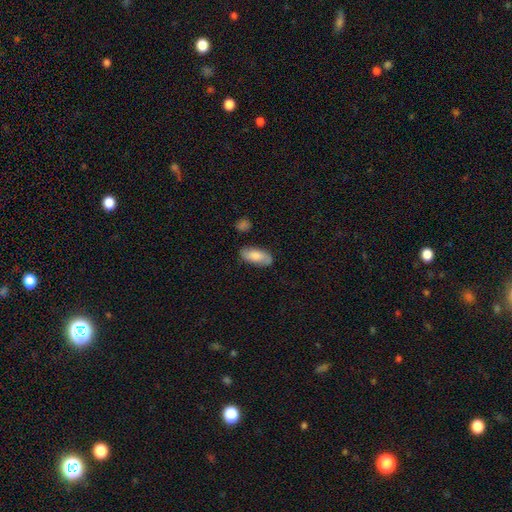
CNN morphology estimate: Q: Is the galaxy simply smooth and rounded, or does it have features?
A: smooth — 73%.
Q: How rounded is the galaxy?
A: in between — 87%.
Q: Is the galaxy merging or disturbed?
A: none — 77%.